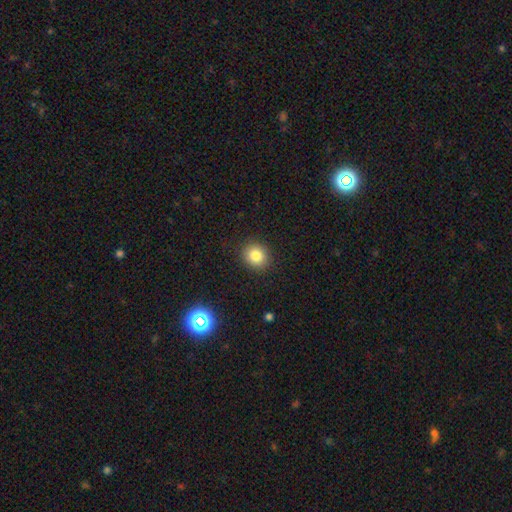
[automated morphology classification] Smooth or featured? Predicted: smooth (p=0.82). How rounded? Predicted: round (p=0.80). Merging? Predicted: none (p=0.90).